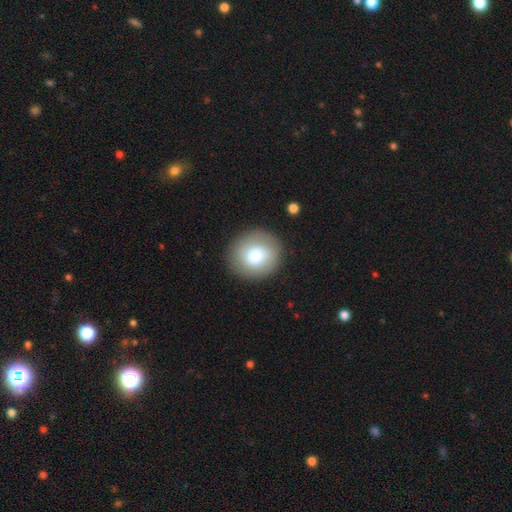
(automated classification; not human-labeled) smooth-or-featured: smooth: 74% | featured or disk: 18% | star or artifact: 8%
  how-rounded: round: 90% | in between: 9% | cigar-shaped: 1%
  merging: none: 88% | minor disturbance: 8% | major disturbance: 3% | merger: 1%